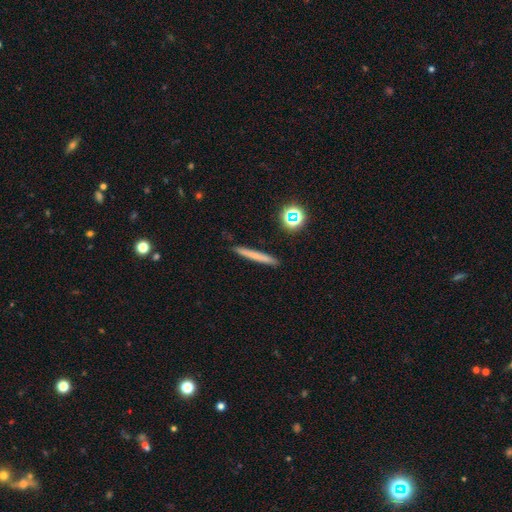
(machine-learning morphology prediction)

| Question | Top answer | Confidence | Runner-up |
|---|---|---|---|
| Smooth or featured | smooth | 63% | featured or disk (27%) |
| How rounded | cigar-shaped | 95% | in between (3%) |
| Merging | none | 90% | minor disturbance (7%) |